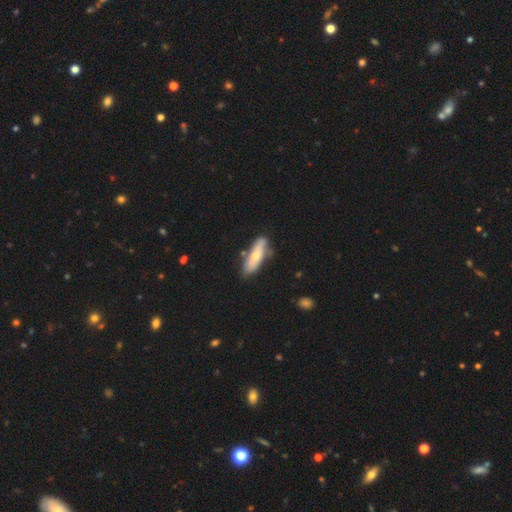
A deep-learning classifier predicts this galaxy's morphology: Smooth or featured? Predicted: smooth (p=0.65). How rounded? Predicted: cigar-shaped (p=0.50). Merging? Predicted: none (p=0.68).